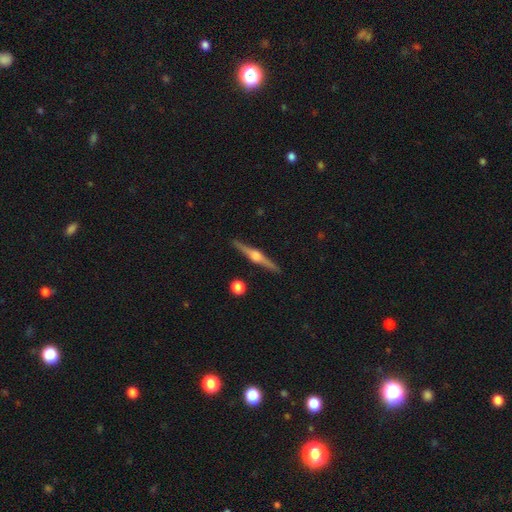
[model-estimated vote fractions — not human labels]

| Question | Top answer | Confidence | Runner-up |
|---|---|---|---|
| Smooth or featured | featured or disk | 84% | smooth (11%) |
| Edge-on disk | yes | 98% | no (2%) |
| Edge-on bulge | rounded | 92% | boxy (5%) |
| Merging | none | 92% | minor disturbance (5%) |